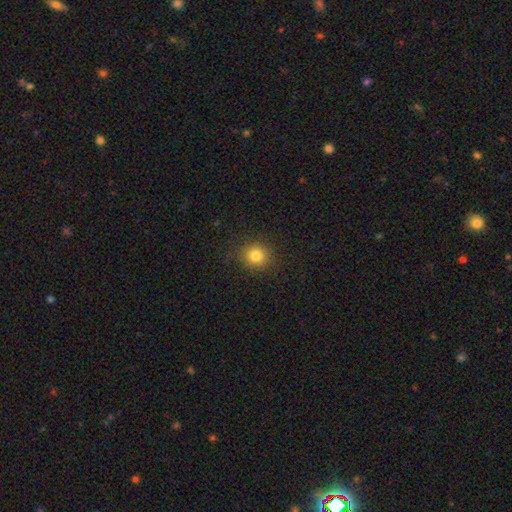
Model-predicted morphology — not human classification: Smooth or featured? smooth (82%)
How rounded? round (85%)
Merging? none (87%)